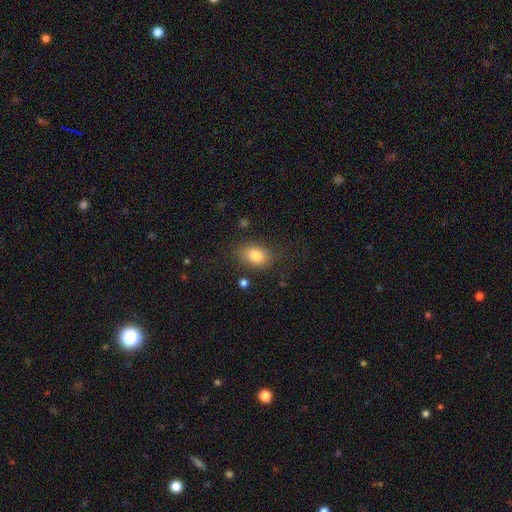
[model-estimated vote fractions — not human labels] Smooth or featured?
  - smooth: 81% *
  - star or artifact: 10%
  - featured or disk: 9%
How rounded?
  - in between: 70% *
  - round: 28%
  - cigar-shaped: 1%
Merging?
  - none: 78% *
  - minor disturbance: 14%
  - major disturbance: 5%
  - merger: 3%